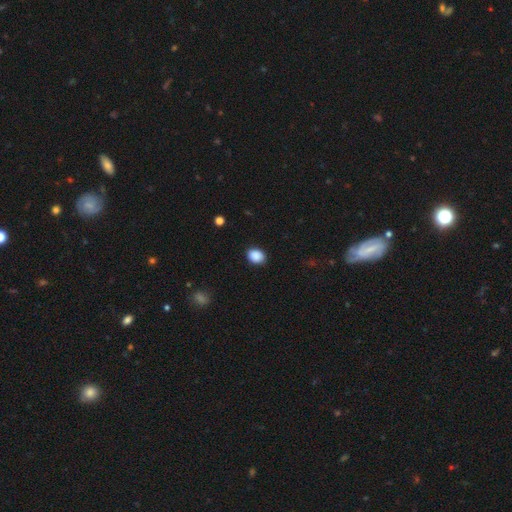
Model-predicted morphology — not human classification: Smooth or featured? smooth (89%)
How rounded? in between (61%)
Merging? none (86%)